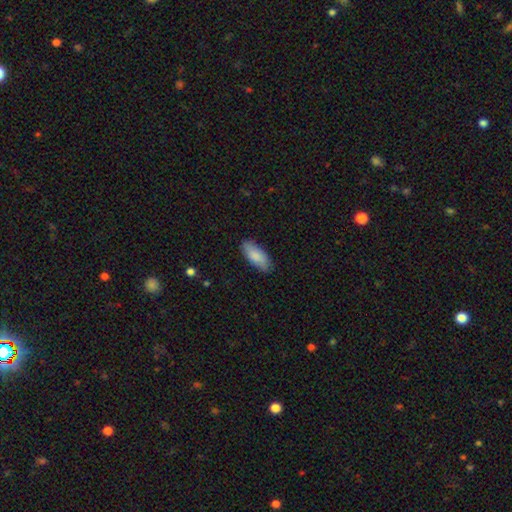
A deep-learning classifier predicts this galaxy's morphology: smooth-or-featured: smooth: 84% | featured or disk: 10% | star or artifact: 5%
  how-rounded: in between: 83% | cigar-shaped: 16% | round: 2%
  merging: none: 83% | minor disturbance: 13% | major disturbance: 2% | merger: 1%